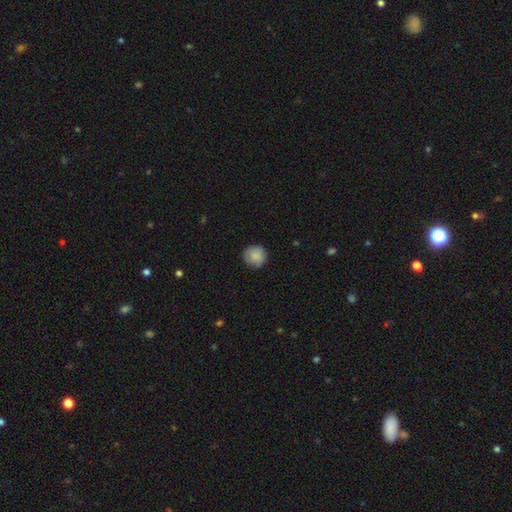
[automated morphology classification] Smooth or featured?
  - smooth: 86% *
  - star or artifact: 7%
  - featured or disk: 7%
How rounded?
  - round: 92% *
  - in between: 7%
  - cigar-shaped: 1%
Merging?
  - none: 84% *
  - minor disturbance: 13%
  - major disturbance: 3%
  - merger: 1%